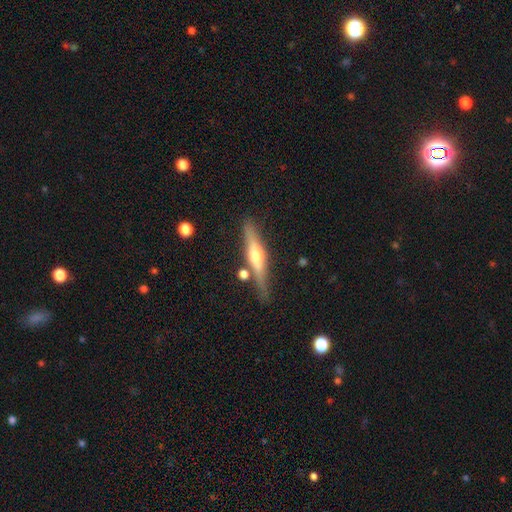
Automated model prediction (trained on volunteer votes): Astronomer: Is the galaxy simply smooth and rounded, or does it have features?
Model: featured or disk — 66%.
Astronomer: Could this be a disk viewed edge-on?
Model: yes — 96%.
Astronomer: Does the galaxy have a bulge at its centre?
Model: rounded — 90%.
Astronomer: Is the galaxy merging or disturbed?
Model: none — 80%.